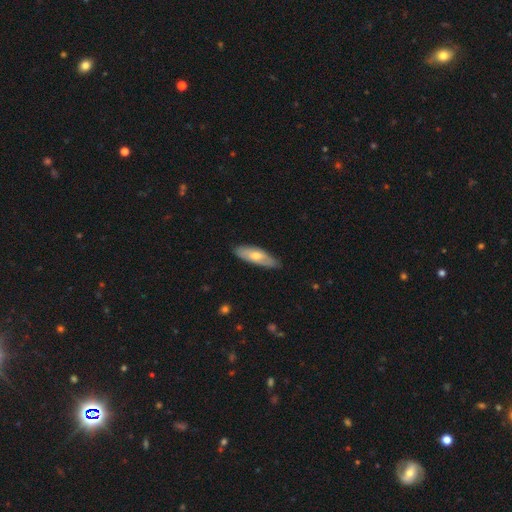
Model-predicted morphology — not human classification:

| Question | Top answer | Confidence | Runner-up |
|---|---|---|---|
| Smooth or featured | smooth | 54% | featured or disk (41%) |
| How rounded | in between | 59% | cigar-shaped (39%) |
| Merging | none | 79% | minor disturbance (17%) |